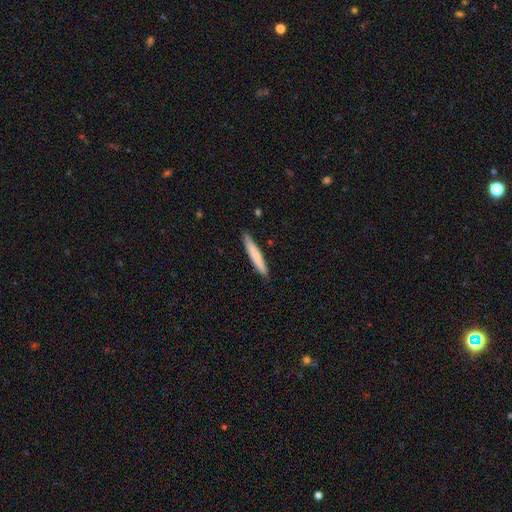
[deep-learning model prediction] Smooth or featured? Predicted: smooth (p=0.75). How rounded? Predicted: cigar-shaped (p=0.94). Merging? Predicted: none (p=0.89).